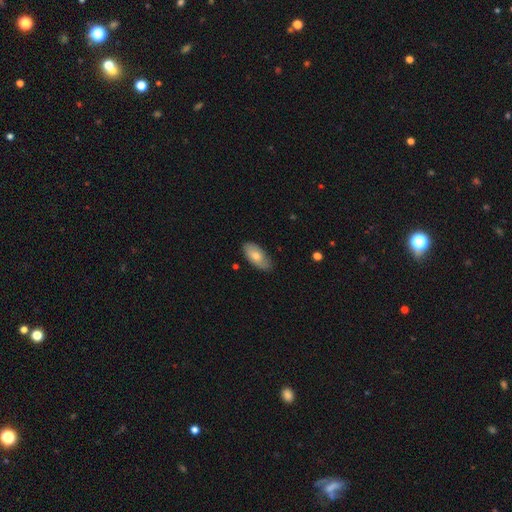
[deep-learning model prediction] This is likely a smooth galaxy (71%). How rounded: clearly in between (93%). Merging: likely none (79%).